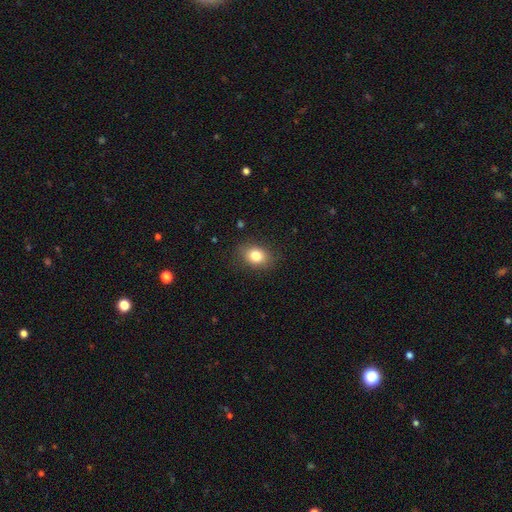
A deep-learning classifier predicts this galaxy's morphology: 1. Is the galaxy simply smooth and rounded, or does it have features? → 82% smooth, 10% star or artifact, 9% featured or disk.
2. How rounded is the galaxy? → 66% in between, 33% round, 1% cigar-shaped.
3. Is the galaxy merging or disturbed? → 84% none, 12% minor disturbance, 3% major disturbance, 1% merger.